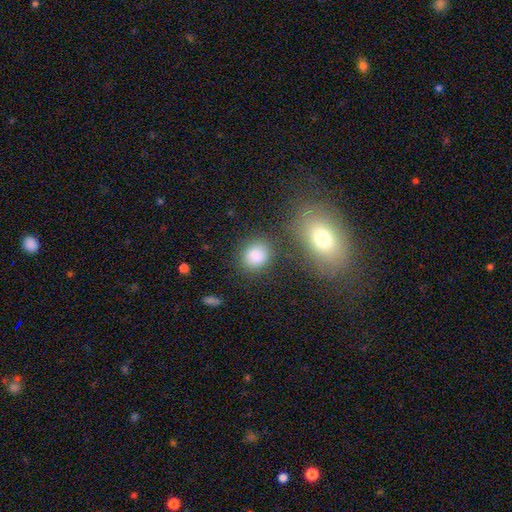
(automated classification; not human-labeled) smooth 86%, star or artifact 9%, featured or disk 5%. Down the decision tree: how rounded — round (60%); merging — none (75%).